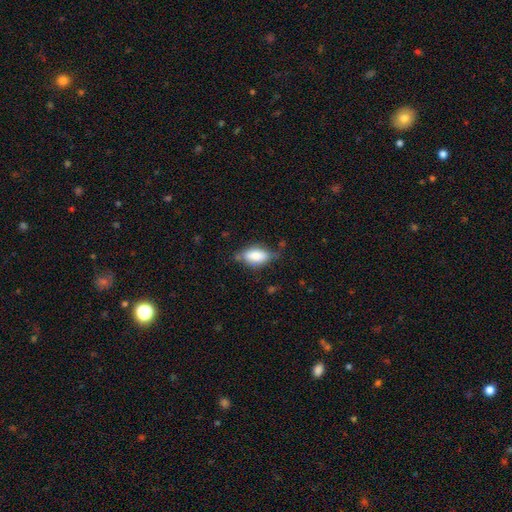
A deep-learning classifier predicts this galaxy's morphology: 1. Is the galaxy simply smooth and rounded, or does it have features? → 79% smooth, 14% featured or disk, 7% star or artifact.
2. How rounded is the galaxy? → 88% in between, 9% cigar-shaped, 4% round.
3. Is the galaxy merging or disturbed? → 59% none, 29% minor disturbance, 9% major disturbance, 3% merger.